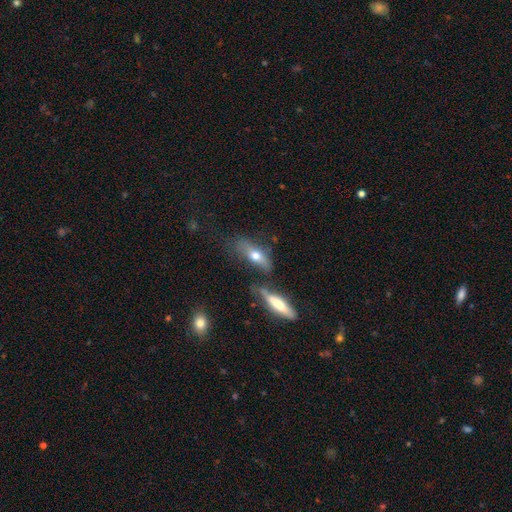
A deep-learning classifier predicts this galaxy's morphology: Smooth or featured?
  - smooth: 59% *
  - featured or disk: 32%
  - star or artifact: 8%
How rounded?
  - in between: 58% *
  - cigar-shaped: 37%
  - round: 4%
Merging?
  - none: 48% *
  - merger: 23%
  - minor disturbance: 18%
  - major disturbance: 10%